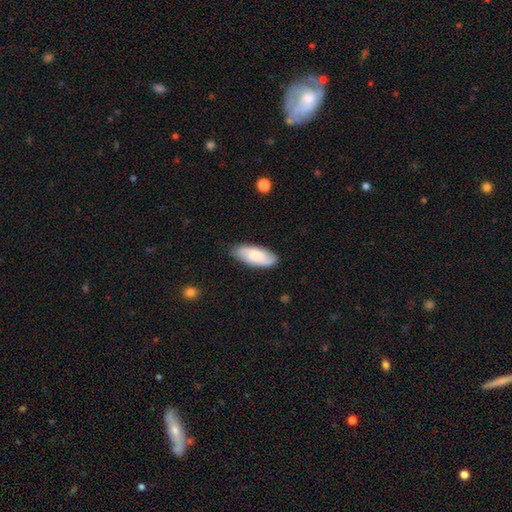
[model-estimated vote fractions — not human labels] smooth 69%, featured or disk 26%, star or artifact 6%. Down the decision tree: how rounded — in between (85%); merging — none (82%).